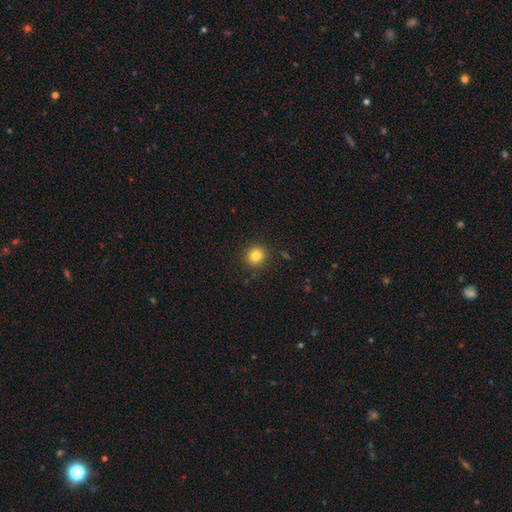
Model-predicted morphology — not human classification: type=smooth (82%); roundness=round (90%); merging=none (90%).